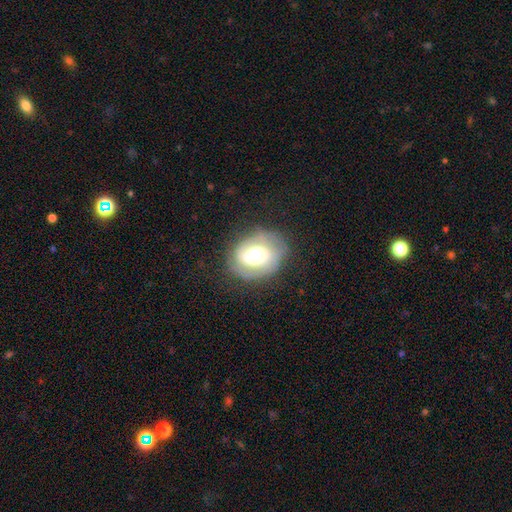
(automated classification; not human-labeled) Morphology: type=featured or disk (65%); edge-on=no (97%); bar=no (53%); spiral arms=yes (82%); winding=tight (50%); arm count=2 (63%); bulge=moderate (52%); merging=none (72%).